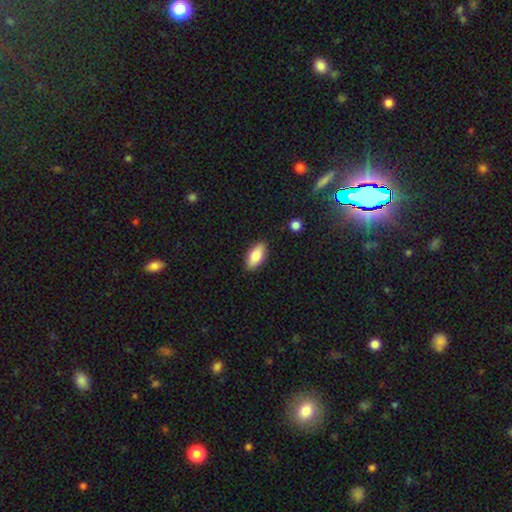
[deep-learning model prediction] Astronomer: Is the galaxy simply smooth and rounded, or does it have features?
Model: smooth — 83%.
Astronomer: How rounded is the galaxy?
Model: in between — 87%.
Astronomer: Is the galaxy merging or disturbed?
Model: none — 87%.